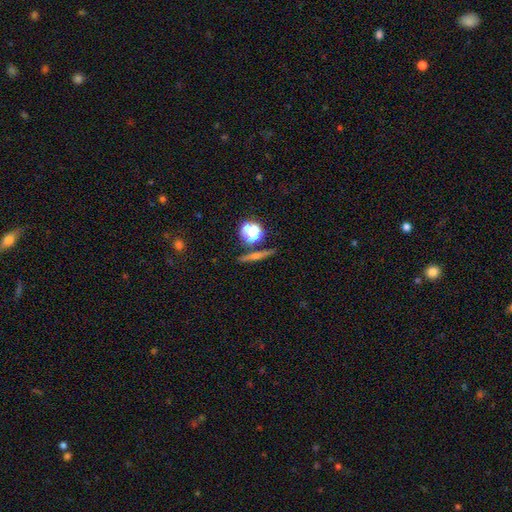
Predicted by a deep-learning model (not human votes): smooth_or_featured: featured or disk (p=0.46) [alt: smooth p=0.32]
merging: none (p=0.85) [alt: minor disturbance p=0.07]